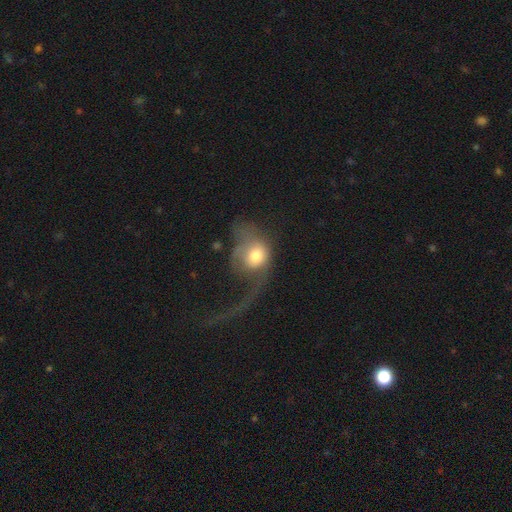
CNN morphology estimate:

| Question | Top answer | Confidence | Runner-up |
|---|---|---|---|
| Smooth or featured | smooth | 58% | featured or disk (34%) |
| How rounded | round | 58% | in between (41%) |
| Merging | major disturbance | 72% | none (12%) |